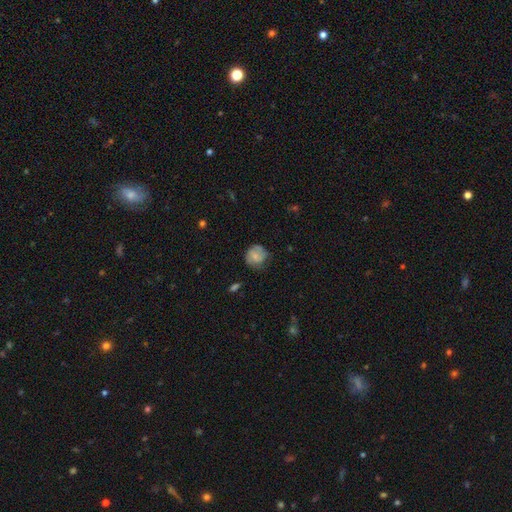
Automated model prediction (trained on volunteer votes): This is possibly a smooth galaxy (53%). How rounded: clearly round (81%). Merging: likely none (61%).